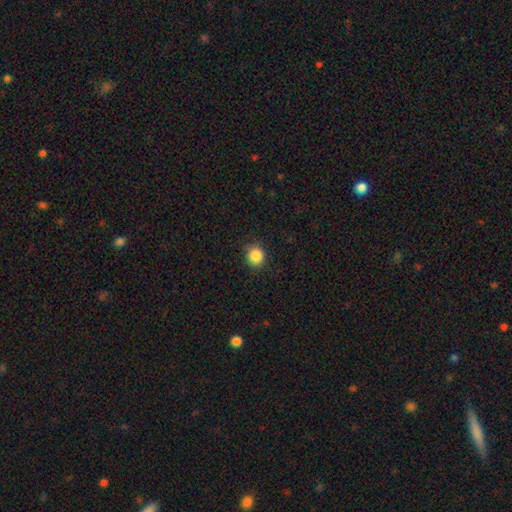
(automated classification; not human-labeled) smooth 86%, star or artifact 10%, featured or disk 4%. Down the decision tree: how rounded — round (84%); merging — none (86%).